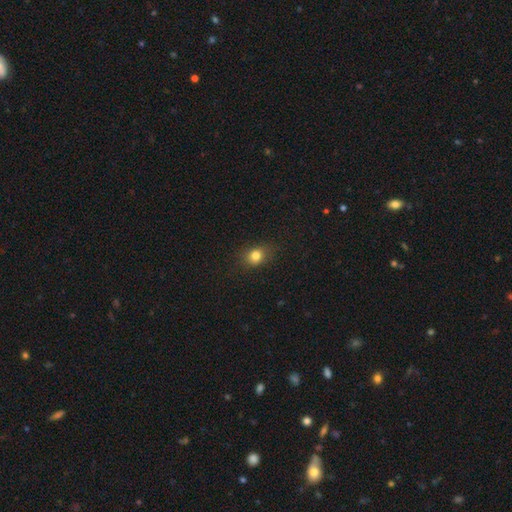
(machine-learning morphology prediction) Smooth or featured?
  - smooth: 80% *
  - star or artifact: 13%
  - featured or disk: 7%
How rounded?
  - round: 55% *
  - in between: 43%
  - cigar-shaped: 1%
Merging?
  - none: 82% *
  - minor disturbance: 13%
  - major disturbance: 4%
  - merger: 1%